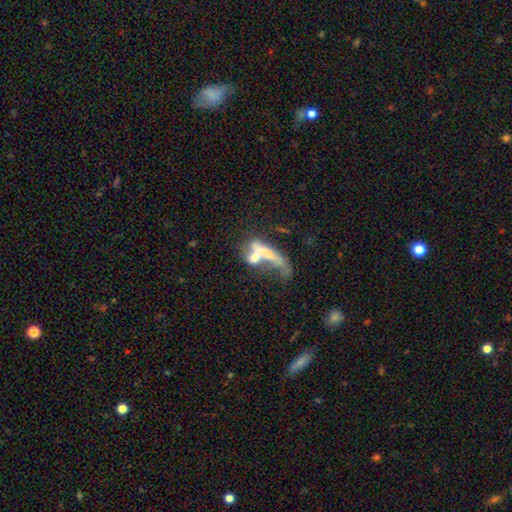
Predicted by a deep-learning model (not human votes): Overall: featured or disk (47%; smooth 38%). Merging: merger (39%; major disturbance 27%).